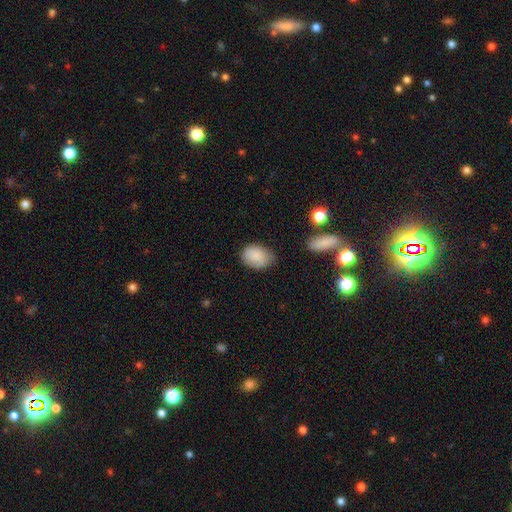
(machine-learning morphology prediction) This is clearly a smooth galaxy (83%). How rounded: likely in between (72%). Merging: possibly none (59%).